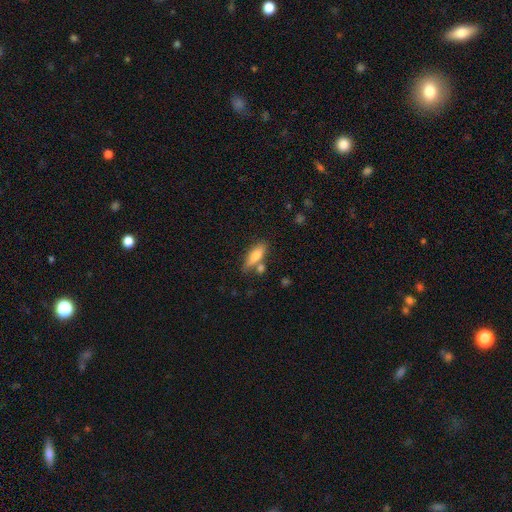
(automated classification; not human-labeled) smooth 72%, featured or disk 21%, star or artifact 7%. Down the decision tree: how rounded — in between (57%); merging — none (66%).